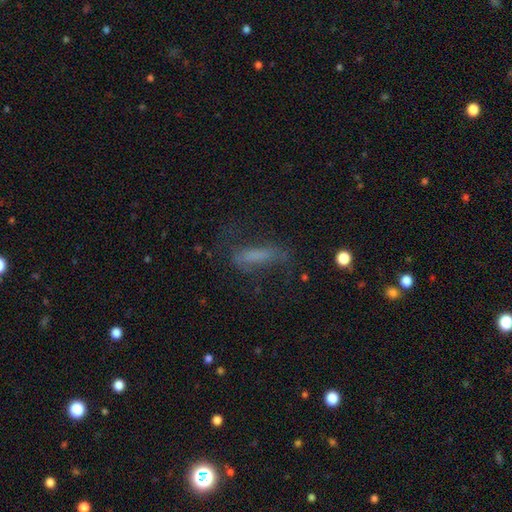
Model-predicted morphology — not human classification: A smooth galaxy with no disk features (49%). Merging: none (51%).